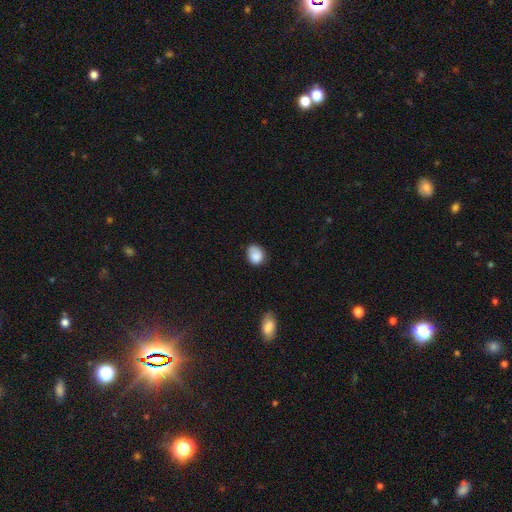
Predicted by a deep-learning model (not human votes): A smooth galaxy with no disk features (86%) that is round (56%). Merging: none (60%).